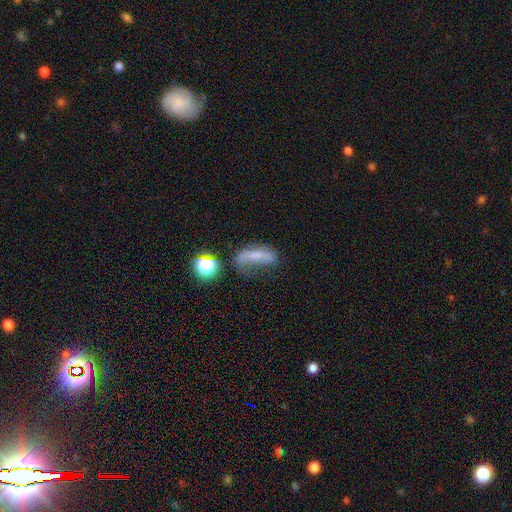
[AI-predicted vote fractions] Smooth or featured? Predicted: smooth (p=0.55). How rounded? Predicted: in between (p=0.59). Merging? Predicted: none (p=0.34).